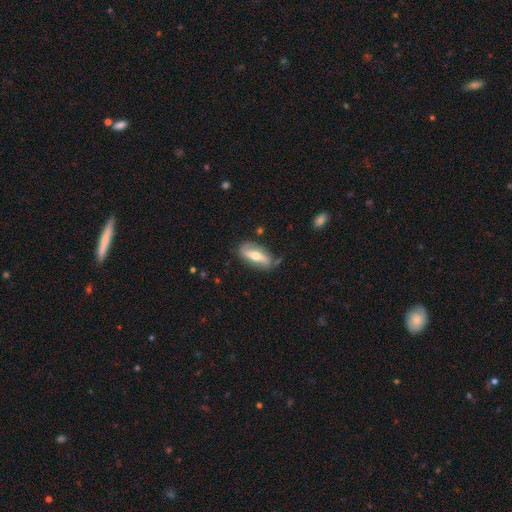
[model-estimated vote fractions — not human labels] Smooth or featured: featured or disk — 66% (smooth — 28%)
Edge-on disk: no — 73% (yes — 27%)
Merging: none — 74% (minor disturbance — 19%)